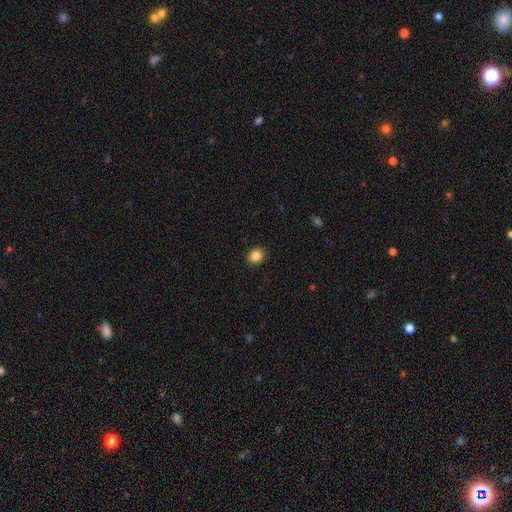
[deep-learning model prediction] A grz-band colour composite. It shows a smooth galaxy with no disk features (85%) that is round (69%). Merging: none (91%).